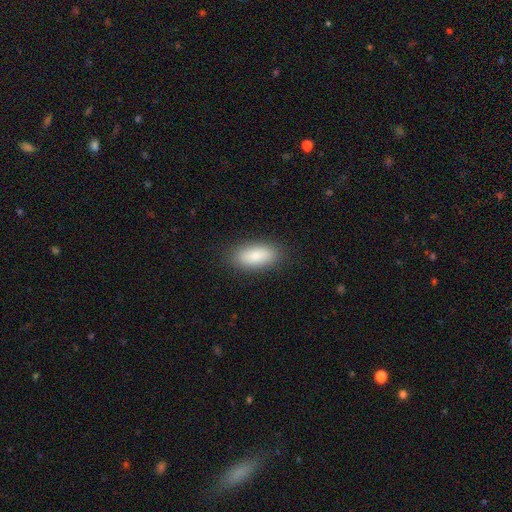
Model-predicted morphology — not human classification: A smooth galaxy with no disk features (85%) that is in between round and cigar-shaped (86%).

Vote fractions:
- Smooth or featured? smooth: 85% / featured or disk: 9% / star or artifact: 6%
- How rounded? in between: 86% / cigar-shaped: 11% / round: 3%
- Merging? none: 87% / minor disturbance: 9% / major disturbance: 2% / merger: 1%